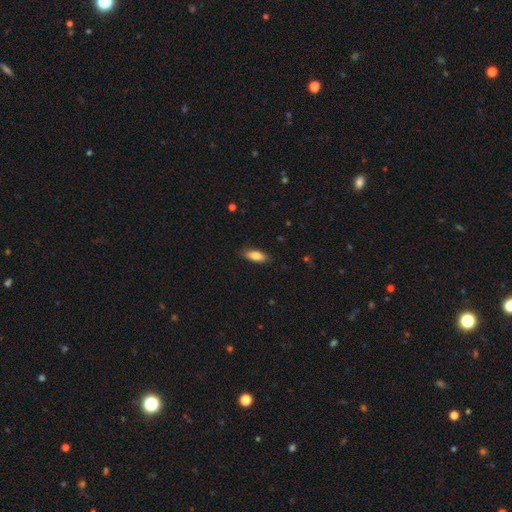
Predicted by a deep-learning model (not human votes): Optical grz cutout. It shows a smooth galaxy with no disk features (81%) that is in between round and cigar-shaped (77%). Merging: none (85%).